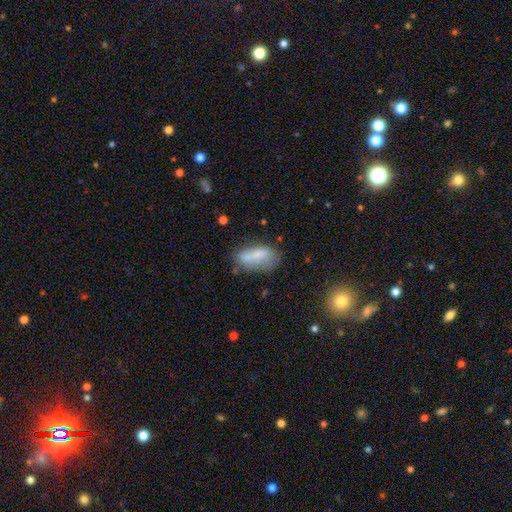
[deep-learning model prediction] The model was most divided on "merging": none: 52%, minor disturbance: 27%, major disturbance: 11%, merger: 9%. More confident: how rounded — in between (85%); smooth or featured — smooth (69%).